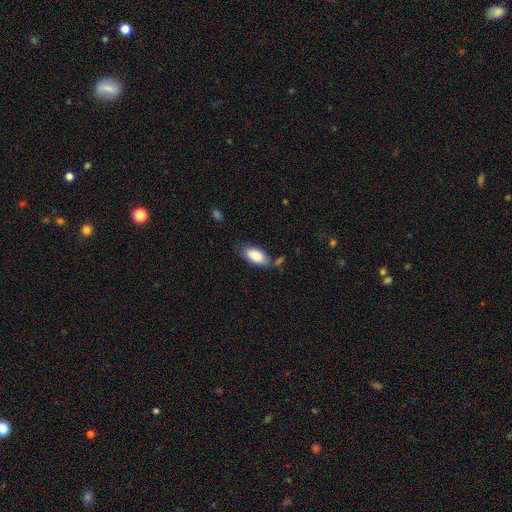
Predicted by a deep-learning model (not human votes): Overall: smooth (83%). How rounded: in between (91%). Merging: none (65%).